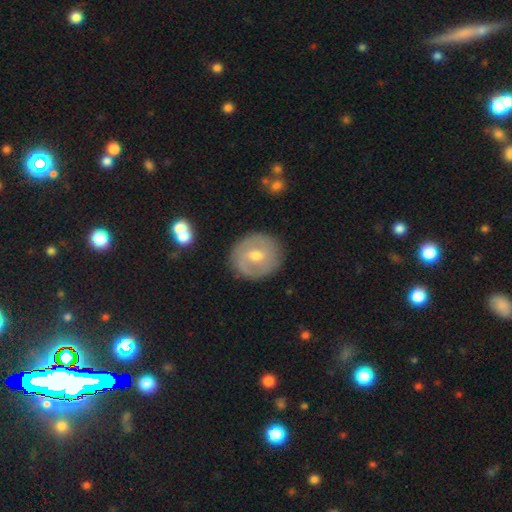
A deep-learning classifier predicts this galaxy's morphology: Smooth or featured?
  - featured or disk: 57% *
  - smooth: 37%
  - star or artifact: 7%
Edge-on disk?
  - no: 96% *
  - yes: 4%
Bar?
  - weak: 50% *
  - no: 36%
  - strong: 15%
Spiral arms?
  - yes: 59% *
  - no: 41%
Bulge size?
  - moderate: 65% *
  - small: 31%
  - large: 2%
  - none: 1%
  - dominant: 1%
Merging?
  - none: 85% *
  - minor disturbance: 10%
  - major disturbance: 3%
  - merger: 2%